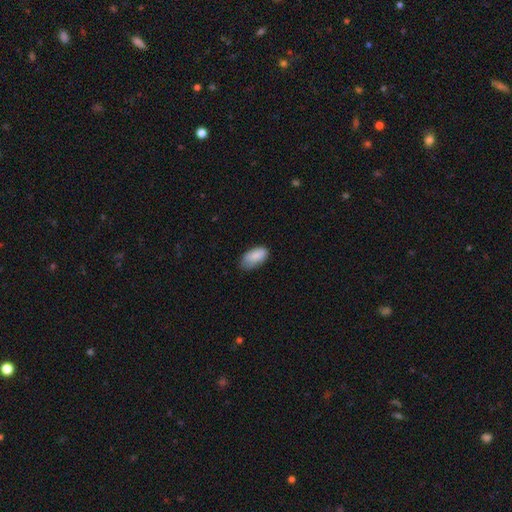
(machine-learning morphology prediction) A smooth galaxy with no disk features (86%) that is in between round and cigar-shaped (93%). Merging: none (61%).